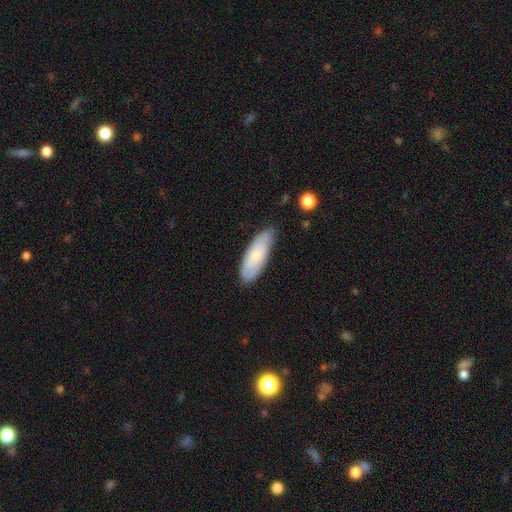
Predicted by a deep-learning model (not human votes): This is likely a smooth galaxy (63%). How rounded: likely in between (68%). Merging: likely none (72%).